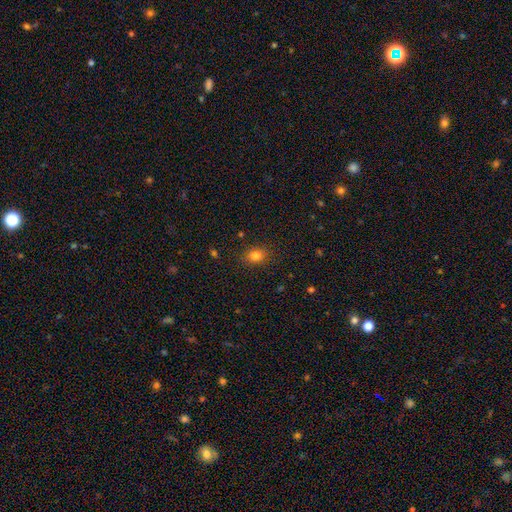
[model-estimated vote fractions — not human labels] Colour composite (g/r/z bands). It shows a smooth galaxy with no disk features (82%) that is in between round and cigar-shaped (55%). Merging: none (86%).